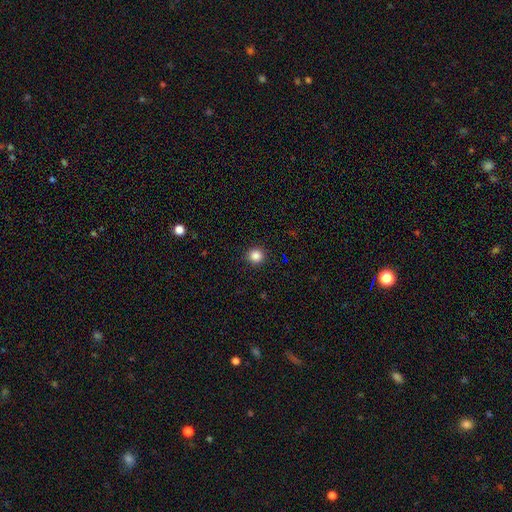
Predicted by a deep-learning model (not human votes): This is clearly a smooth galaxy (85%). How rounded: clearly round (93%). Merging: clearly none (92%).